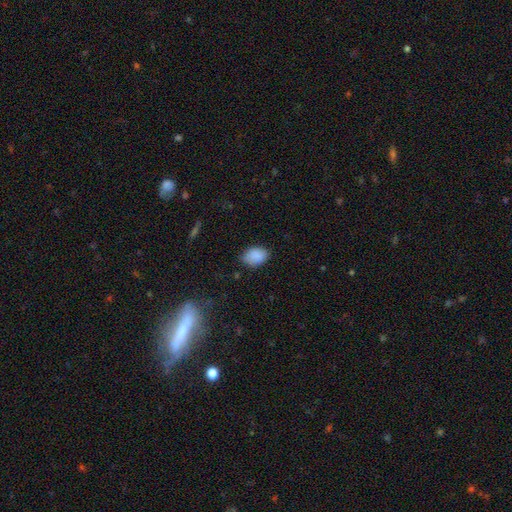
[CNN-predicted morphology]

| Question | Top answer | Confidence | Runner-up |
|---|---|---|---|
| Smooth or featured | smooth | 89% | star or artifact (7%) |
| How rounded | in between | 82% | round (17%) |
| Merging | none | 76% | minor disturbance (19%) |